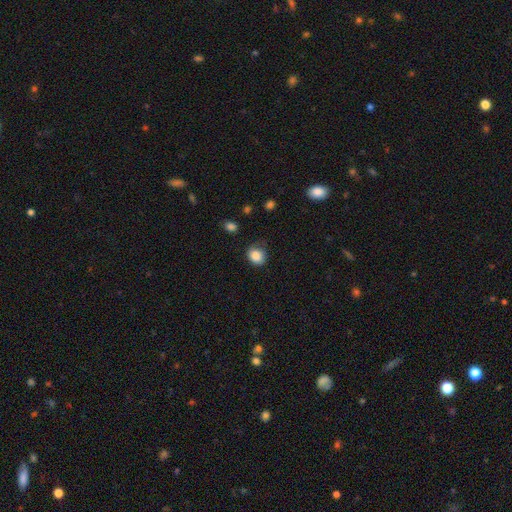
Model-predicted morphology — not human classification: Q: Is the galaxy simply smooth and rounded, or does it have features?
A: smooth — 85%.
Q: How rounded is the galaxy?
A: round — 68%.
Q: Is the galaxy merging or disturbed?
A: none — 65%.